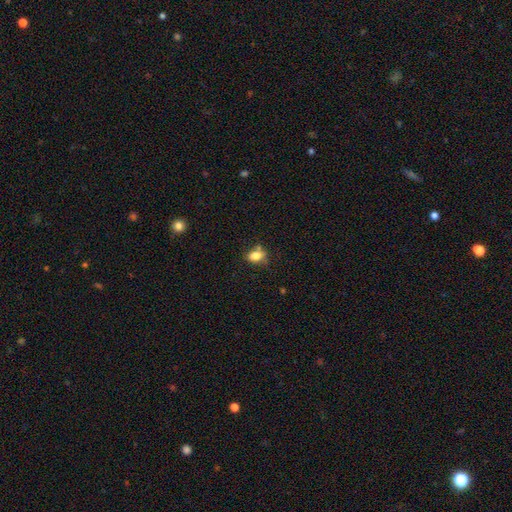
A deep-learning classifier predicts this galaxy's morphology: smooth 78%, featured or disk 12%, star or artifact 11%. Down the decision tree: how rounded — in between (76%); merging — none (57%).